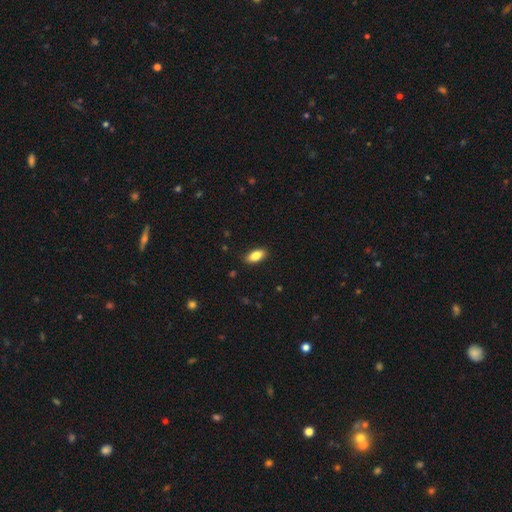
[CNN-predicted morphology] This appears to be a smooth galaxy with no disk features (85%) that is in between round and cigar-shaped (87%). Merging: none (85%).